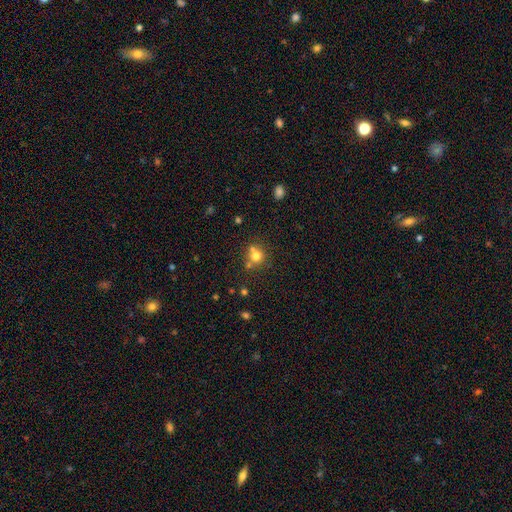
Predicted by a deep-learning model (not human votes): A smooth galaxy with no disk features (72%) that is round (86%). Merging: none (53%).